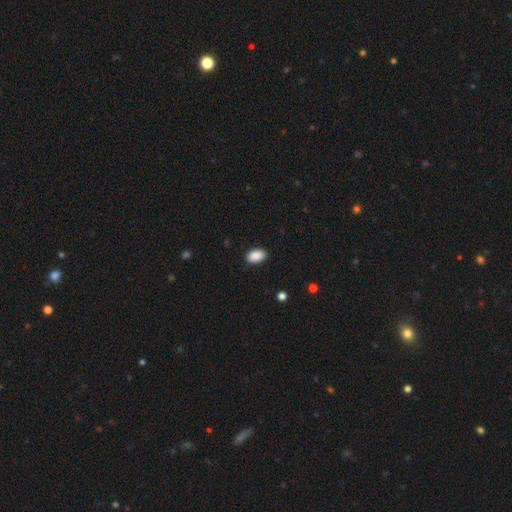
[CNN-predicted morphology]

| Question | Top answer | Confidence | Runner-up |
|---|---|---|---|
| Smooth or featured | smooth | 90% | star or artifact (7%) |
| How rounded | in between | 91% | round (8%) |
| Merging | none | 87% | minor disturbance (9%) |